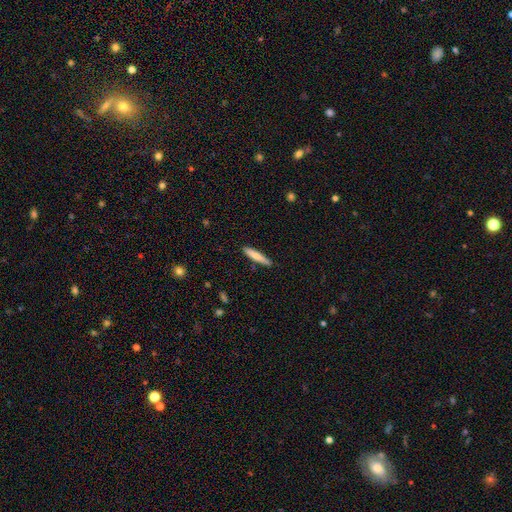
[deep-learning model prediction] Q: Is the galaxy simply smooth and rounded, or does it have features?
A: smooth — 73%.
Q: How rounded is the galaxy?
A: cigar-shaped — 90%.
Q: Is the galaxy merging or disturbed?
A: none — 87%.